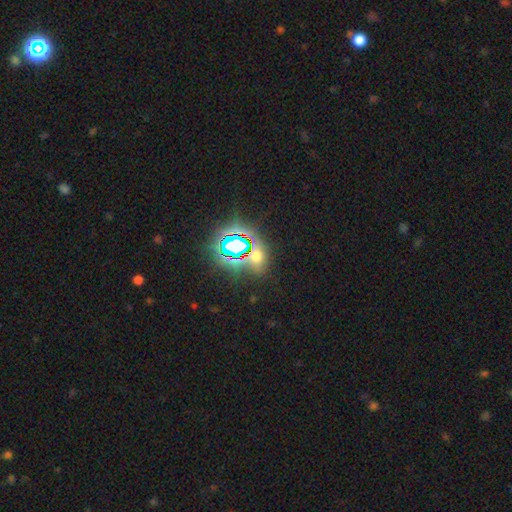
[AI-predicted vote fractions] Morphology: type=star or artifact (57%).